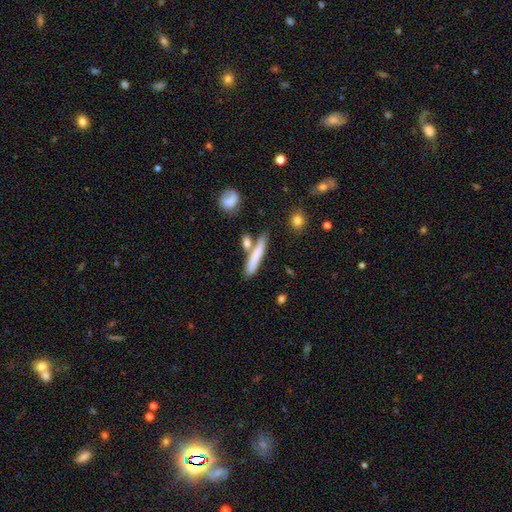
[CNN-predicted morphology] Overall: smooth (71%). How rounded: cigar-shaped (87%). Merging: none (65%).